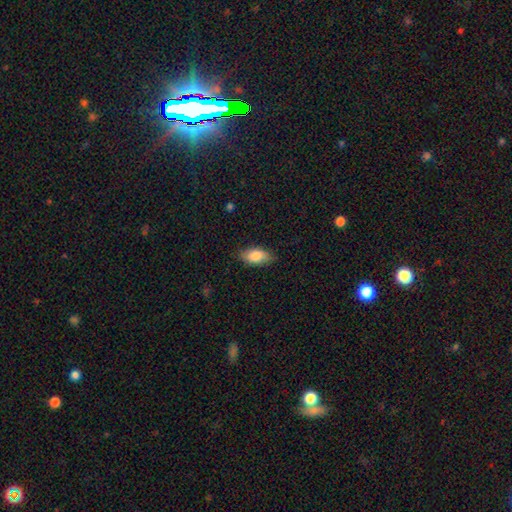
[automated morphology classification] type=smooth (83%); roundness=in between (90%); merging=none (82%).